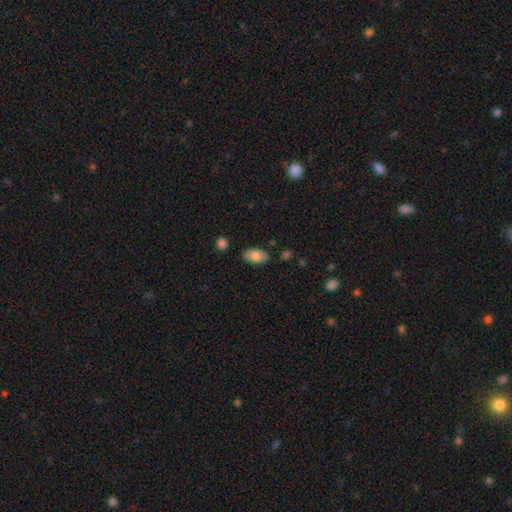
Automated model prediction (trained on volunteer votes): Smooth or featured? smooth (79%)
How rounded? in between (93%)
Merging? none (83%)